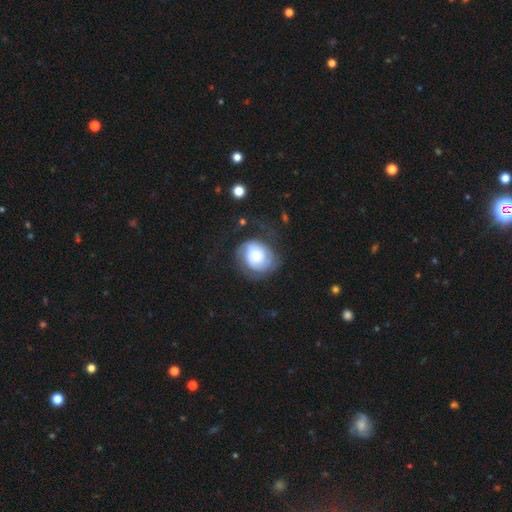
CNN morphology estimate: smooth_or_featured: featured or disk (p=0.57) [alt: smooth p=0.35]
disk_edge_on: no (p=0.98) [alt: yes p=0.02]
bar: no (p=0.76) [alt: weak p=0.20]
has_spiral_arms: yes (p=0.82) [alt: no p=0.18]
bulge_size: large (p=0.40) [alt: moderate p=0.30]
merging: none (p=0.47) [alt: major disturbance p=0.28]